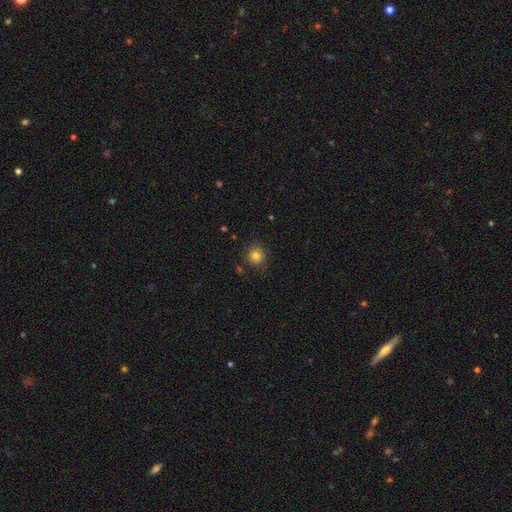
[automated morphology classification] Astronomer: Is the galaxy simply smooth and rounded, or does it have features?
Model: smooth — 79%.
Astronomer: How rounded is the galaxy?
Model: round — 90%.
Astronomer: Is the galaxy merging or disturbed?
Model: none — 82%.